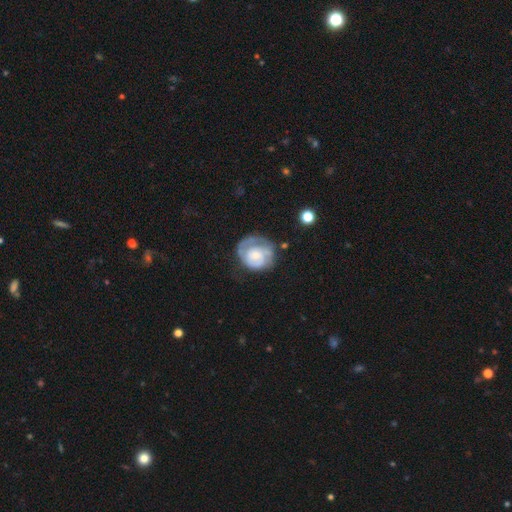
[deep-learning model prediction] smooth-or-featured: featured or disk: 64% | smooth: 30% | star or artifact: 6%
  disk-edge-on: no: 98% | yes: 2%
    bar: no: 77% | weak: 20% | strong: 3%
    has-spiral-arms: yes: 76% | no: 24%
    bulge-size: small: 43% | moderate: 40% | large: 9% | none: 7% | dominant: 2%
  merging: none: 53% | minor disturbance: 25% | major disturbance: 19% | merger: 3%